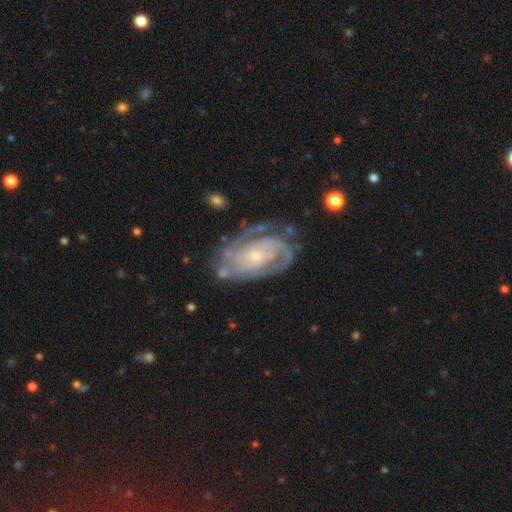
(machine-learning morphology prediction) smooth_or_featured: featured or disk (p=0.88) [alt: smooth p=0.07]
disk_edge_on: no (p=0.97) [alt: yes p=0.03]
bar: no (p=0.71) [alt: weak p=0.22]
has_spiral_arms: yes (p=0.96) [alt: no p=0.04]
spiral_winding: tight (p=0.67) [alt: medium p=0.27]
spiral_arm_count: 2 (p=0.41) [alt: can't tell p=0.24]
bulge_size: small (p=0.78) [alt: moderate p=0.18]
merging: none (p=0.66) [alt: minor disturbance p=0.21]